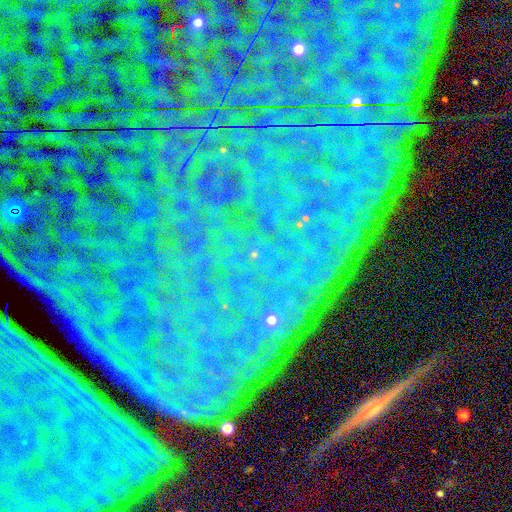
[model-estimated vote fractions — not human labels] Smooth or featured? Predicted: star or artifact (p=0.83).